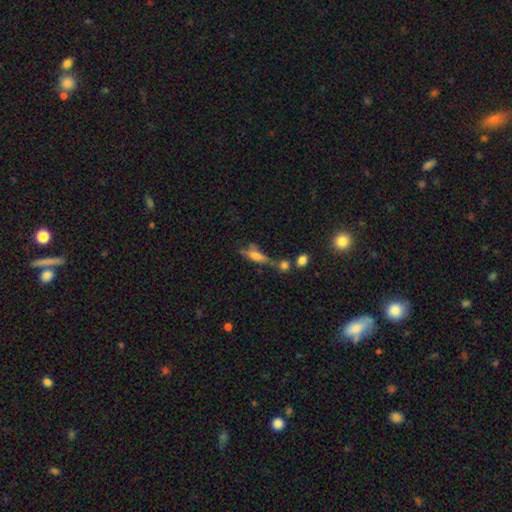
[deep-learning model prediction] Smooth or featured?
  - smooth: 56% *
  - featured or disk: 32%
  - star or artifact: 12%
How rounded?
  - cigar-shaped: 52% *
  - in between: 44%
  - round: 4%
Merging?
  - none: 40% *
  - merger: 26%
  - minor disturbance: 20%
  - major disturbance: 14%